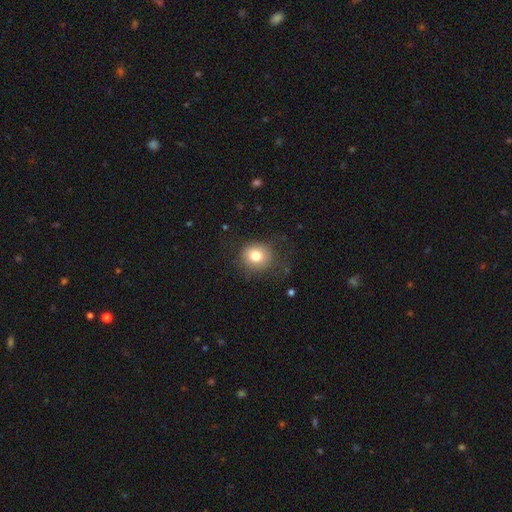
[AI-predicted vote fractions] smooth 78%, featured or disk 11%, star or artifact 11%. Down the decision tree: how rounded — round (82%); merging — none (77%).